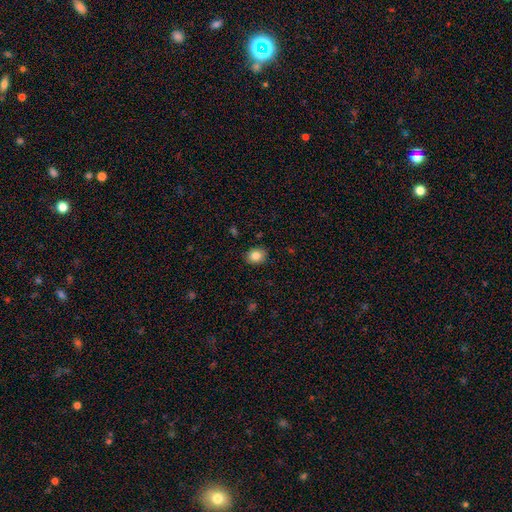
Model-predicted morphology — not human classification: This appears to be a smooth galaxy with no disk features (85%) that is round (53%). Merging: none (88%).